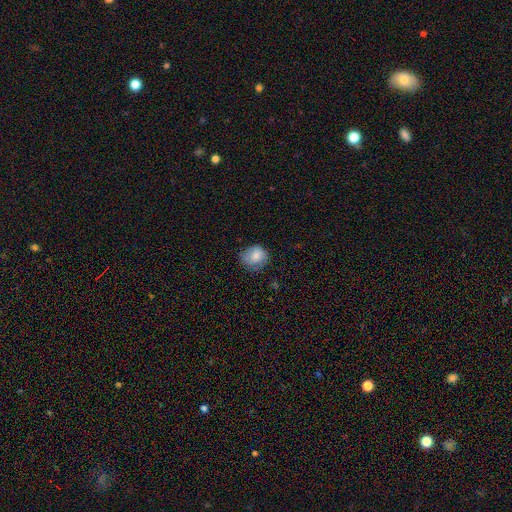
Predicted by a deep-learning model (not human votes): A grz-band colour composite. It shows a smooth galaxy with no disk features (79%) that is round (69%). Merging: none (66%).